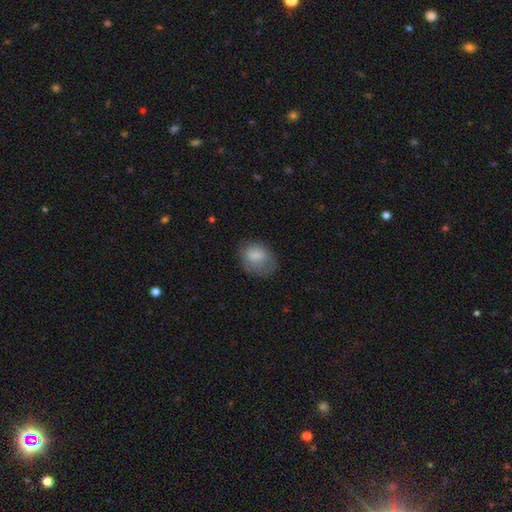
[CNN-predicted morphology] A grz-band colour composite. It shows a smooth galaxy with no disk features (76%) that is in between round and cigar-shaped (68%). Merging: none (57%).